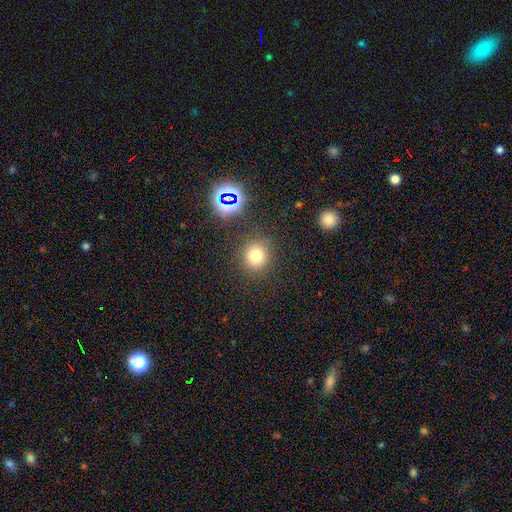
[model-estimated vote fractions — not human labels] Smooth or featured: smooth — 74% (star or artifact — 18%)
How rounded: round — 88% (in between — 11%)
Merging: none — 85% (minor disturbance — 8%)